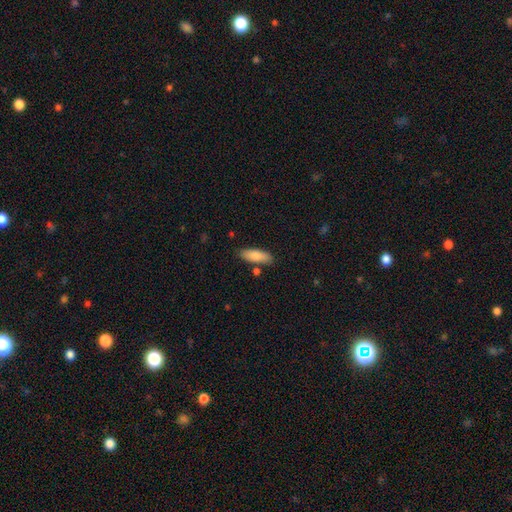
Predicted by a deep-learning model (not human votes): Smooth or featured? smooth (84%)
How rounded? in between (63%)
Merging? none (81%)